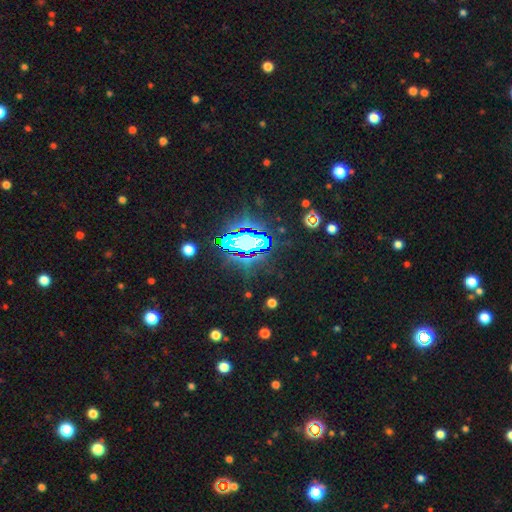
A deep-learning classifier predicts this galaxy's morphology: star or artifact 69%, smooth 17%, featured or disk 14%.